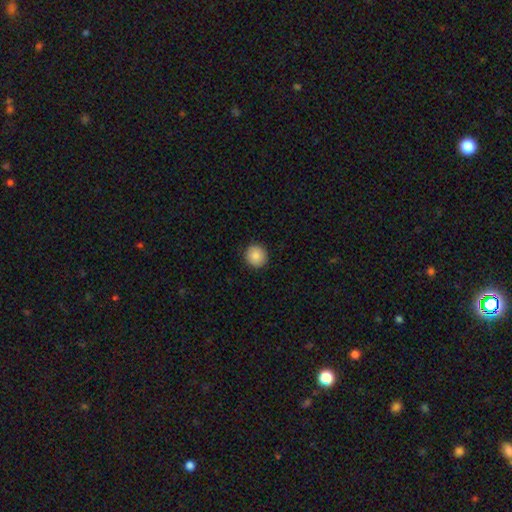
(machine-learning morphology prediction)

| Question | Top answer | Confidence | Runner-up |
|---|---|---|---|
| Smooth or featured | smooth | 86% | star or artifact (8%) |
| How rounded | round | 94% | in between (5%) |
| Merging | none | 92% | minor disturbance (6%) |